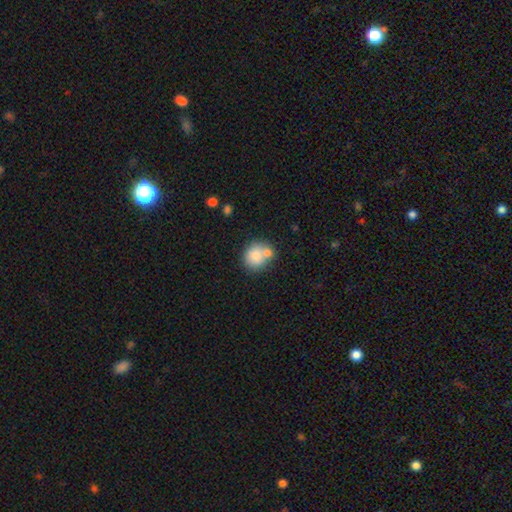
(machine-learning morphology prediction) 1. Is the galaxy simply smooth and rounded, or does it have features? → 80% smooth, 12% featured or disk, 8% star or artifact.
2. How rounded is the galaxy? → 77% round, 22% in between, 1% cigar-shaped.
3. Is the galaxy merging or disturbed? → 46% none, 36% merger, 13% minor disturbance, 5% major disturbance.